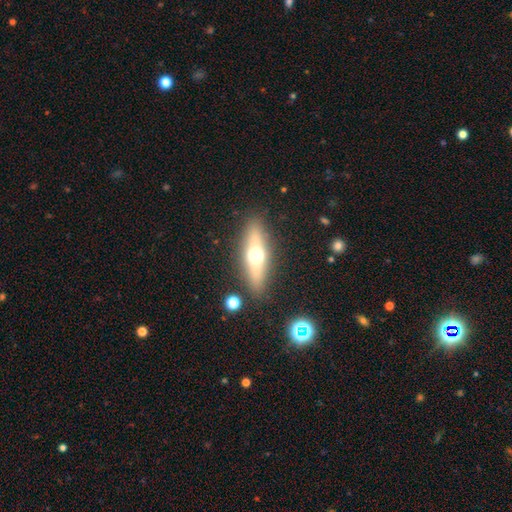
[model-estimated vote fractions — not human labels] featured or disk 46%, smooth 45%, star or artifact 9%. Down the decision tree: merging — none (87%).